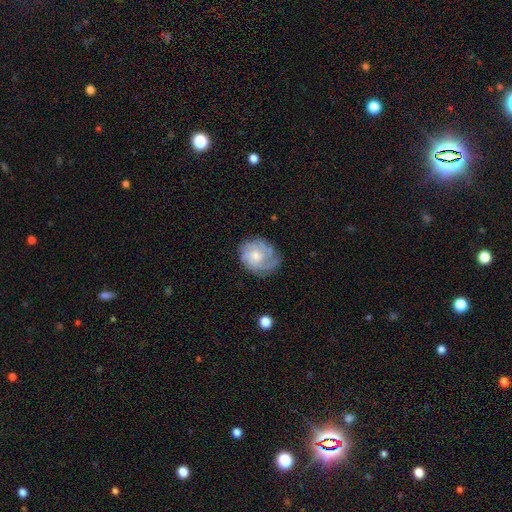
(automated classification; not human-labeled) Smooth or featured? featured or disk (67%)
Edge-on disk? no (98%)
Bar? no (74%)
Spiral arms? yes (88%)
Spiral winding? tight (55%)
Spiral arm count? can't tell (40%)
Bulge size? moderate (48%)
Merging? none (68%)